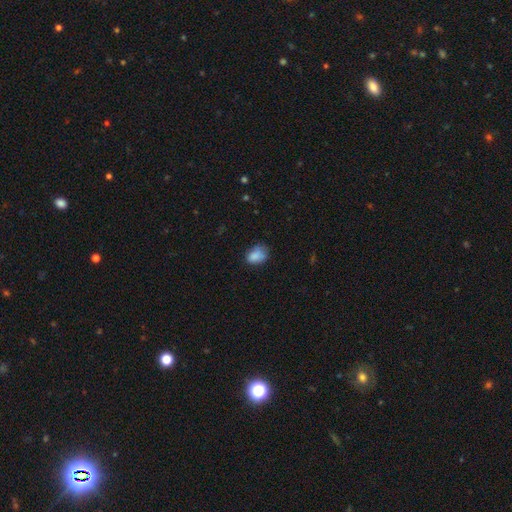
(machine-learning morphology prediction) smooth 82%, star or artifact 10%, featured or disk 8%. Down the decision tree: how rounded — in between (71%); merging — none (57%).